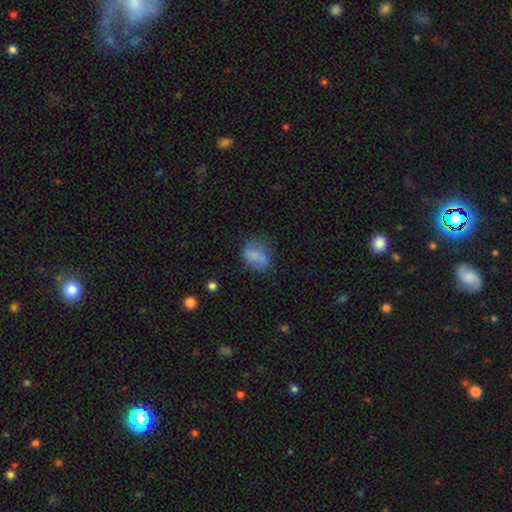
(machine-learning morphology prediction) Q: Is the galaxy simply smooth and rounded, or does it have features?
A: smooth — 75%.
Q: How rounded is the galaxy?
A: in between — 75%.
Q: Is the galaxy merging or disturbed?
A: none — 60%.